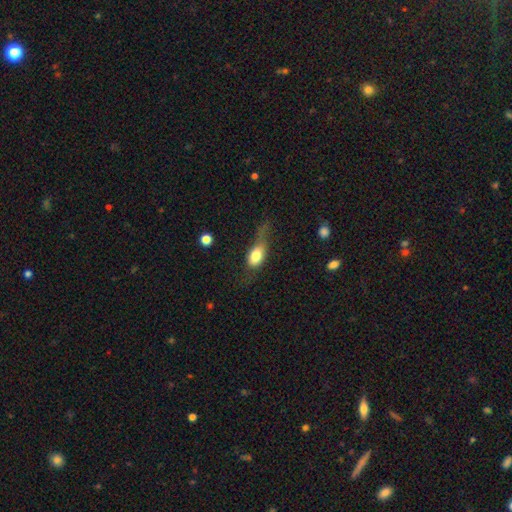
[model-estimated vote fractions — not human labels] This appears to be a smooth galaxy with no disk features (72%) that is in between round and cigar-shaped (79%). Merging: major disturbance (36%).